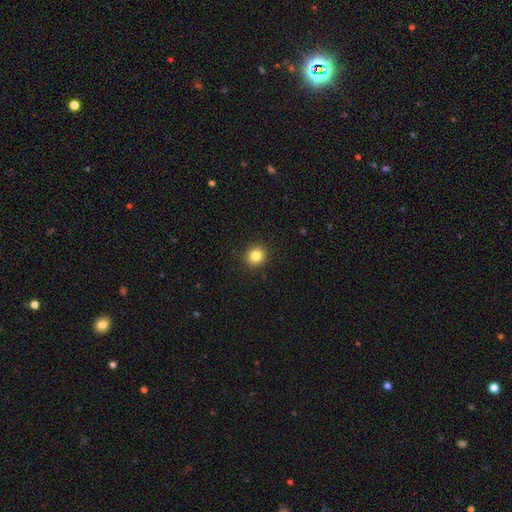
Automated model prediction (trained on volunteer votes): Smooth or featured? smooth (84%)
How rounded? round (90%)
Merging? none (93%)